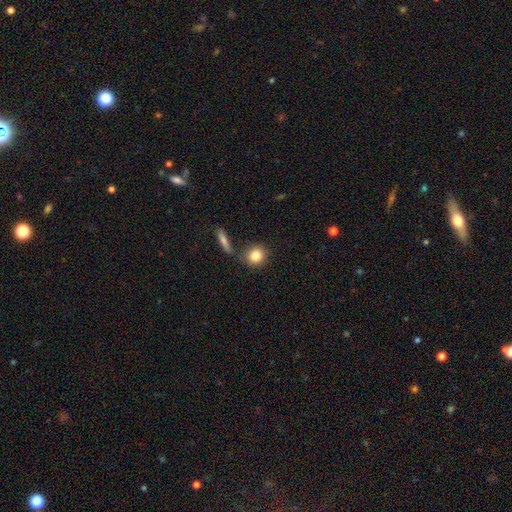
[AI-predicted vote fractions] Morphology: type=smooth (83%); roundness=round (82%); merging=none (73%).